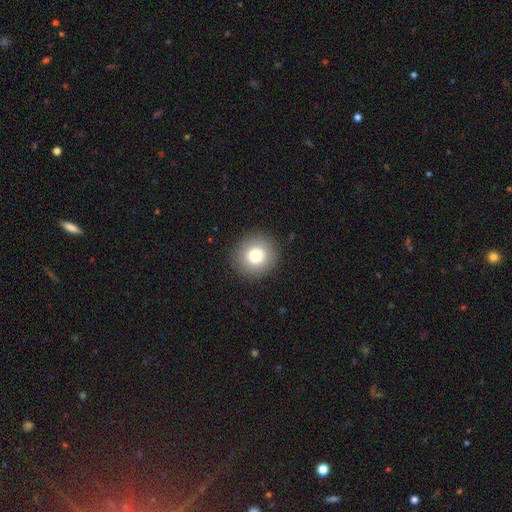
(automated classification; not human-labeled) smooth-or-featured: smooth: 79% | featured or disk: 11% | star or artifact: 10%
  how-rounded: round: 93% | in between: 6% | cigar-shaped: 1%
  merging: none: 91% | minor disturbance: 6% | major disturbance: 2% | merger: 1%